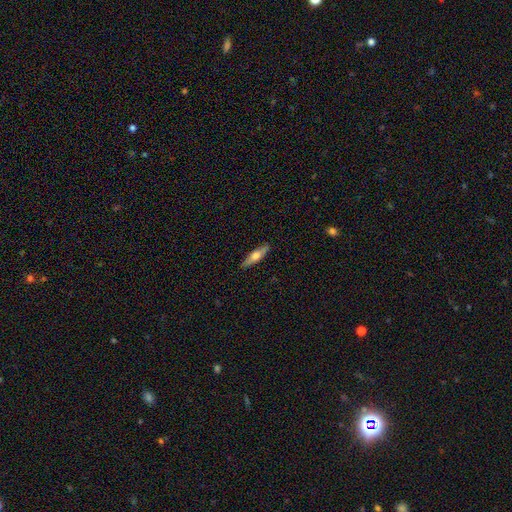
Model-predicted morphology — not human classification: smooth 48%, featured or disk 46%, star or artifact 6%. Down the decision tree: merging — none (87%).